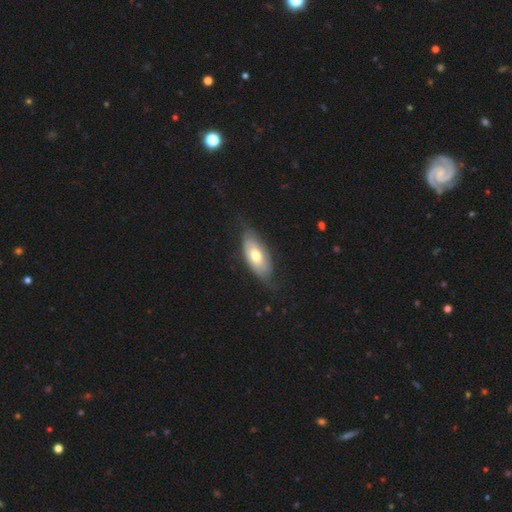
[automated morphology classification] The model was most divided on "smooth or featured": smooth: 57%, featured or disk: 37%, star or artifact: 6%. More confident: how rounded — in between (88%); merging — none (66%).